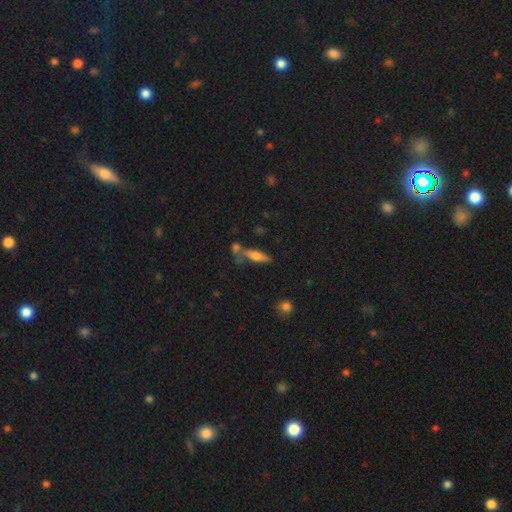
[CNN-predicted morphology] smooth_or_featured: smooth (p=0.61) [alt: featured or disk p=0.30]
how_rounded: cigar-shaped (p=0.59) [alt: in between p=0.39]
merging: none (p=0.54) [alt: merger p=0.23]